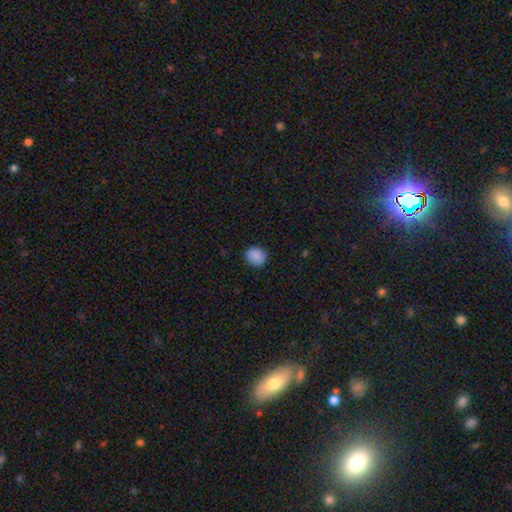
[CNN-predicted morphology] This appears to be a smooth galaxy with no disk features (88%) that is round (73%). Merging: none (86%).